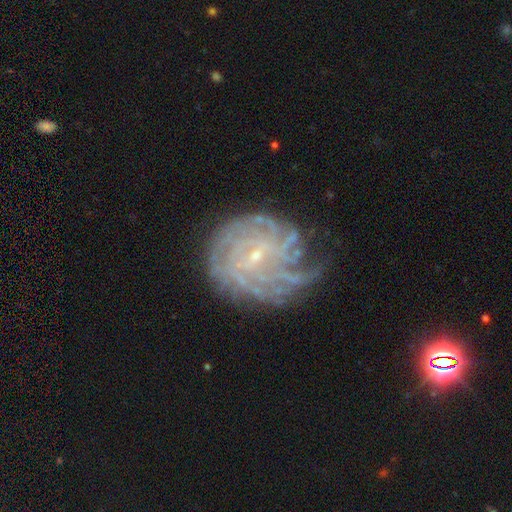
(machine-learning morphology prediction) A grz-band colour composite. It shows a featured or disk galaxy (83%) with a weak bar (47%), tight (71%) spiral arms (94%) and a small central bulge (84%). Merging: none (63%).